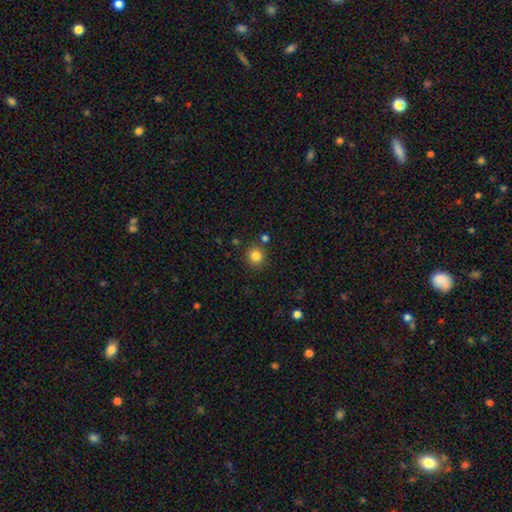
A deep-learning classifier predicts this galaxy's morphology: Smooth or featured?
  - smooth: 83% *
  - star or artifact: 12%
  - featured or disk: 5%
How rounded?
  - round: 90% *
  - in between: 9%
  - cigar-shaped: 1%
Merging?
  - none: 84% *
  - minor disturbance: 8%
  - merger: 5%
  - major disturbance: 2%